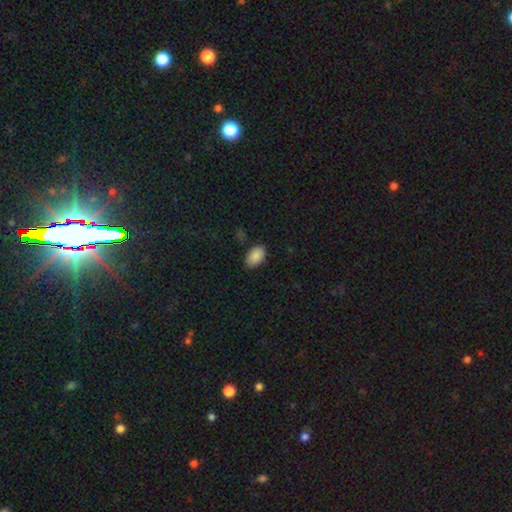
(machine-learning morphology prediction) This is clearly a smooth galaxy (87%). How rounded: clearly in between (92%). Merging: clearly none (82%).